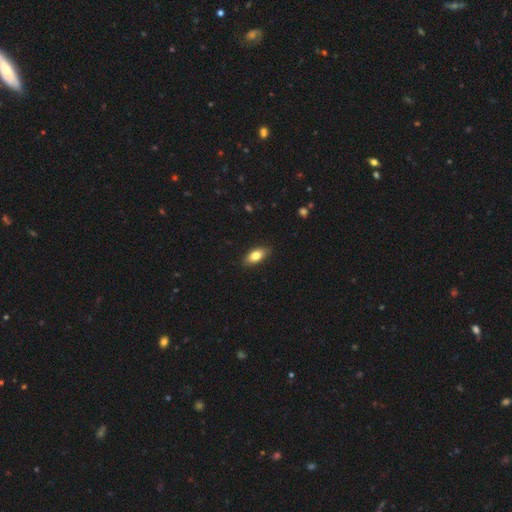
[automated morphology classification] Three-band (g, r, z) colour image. It shows a smooth galaxy with no disk features (79%) that is in between round and cigar-shaped (88%). Merging: none (87%).